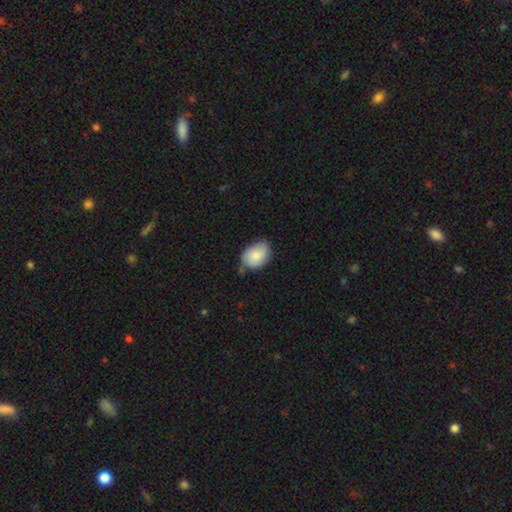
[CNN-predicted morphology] Smooth or featured? smooth (77%)
How rounded? in between (74%)
Merging? none (56%)